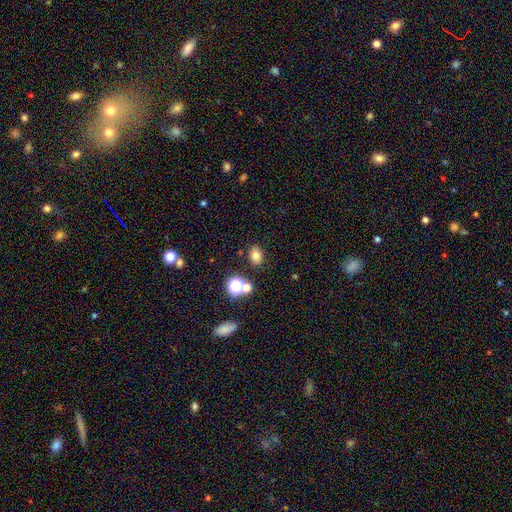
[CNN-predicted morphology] The model was most divided on "how rounded": in between: 60%, round: 39%, cigar-shaped: 1%. More confident: merging — none (82%); smooth or featured — smooth (75%).